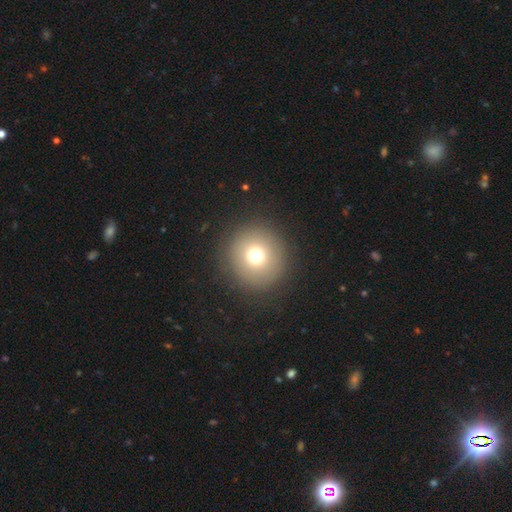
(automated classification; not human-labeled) smooth_or_featured: smooth (p=0.72) [alt: star or artifact p=0.16]
how_rounded: round (p=0.96) [alt: in between p=0.04]
merging: none (p=0.90) [alt: minor disturbance p=0.05]